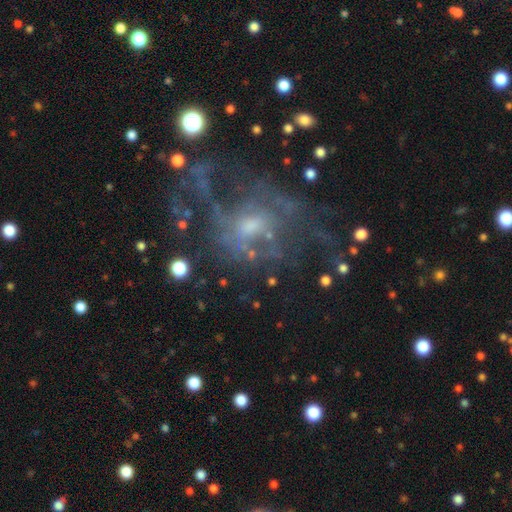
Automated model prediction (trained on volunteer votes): Smooth or featured? featured or disk (63%)
Edge-on disk? no (96%)
Bar? no (64%)
Spiral arms? yes (68%)
Bulge size? small (52%)
Merging? none (55%)